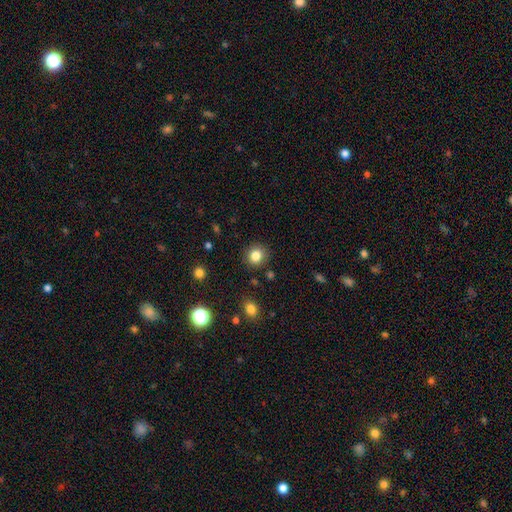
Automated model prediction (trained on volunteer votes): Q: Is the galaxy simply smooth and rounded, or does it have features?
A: smooth — 83%.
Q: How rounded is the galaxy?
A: round — 86%.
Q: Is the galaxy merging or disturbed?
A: none — 88%.